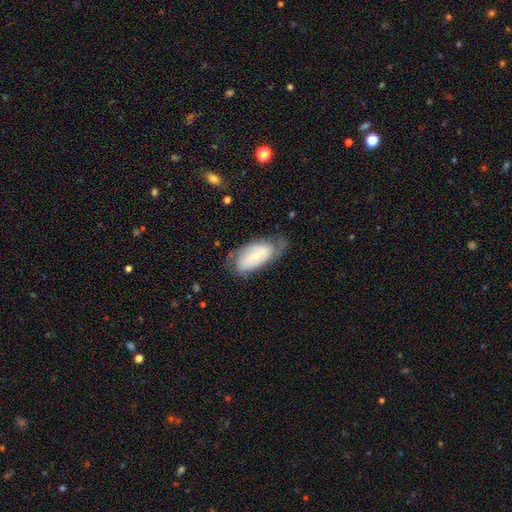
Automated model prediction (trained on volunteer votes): Morphology: type=featured or disk (66%); edge-on=no (93%); bar=no (55%); spiral arms=yes (82%); winding=tight (48%); arm count=2 (56%); bulge=small (61%); merging=none (55%).